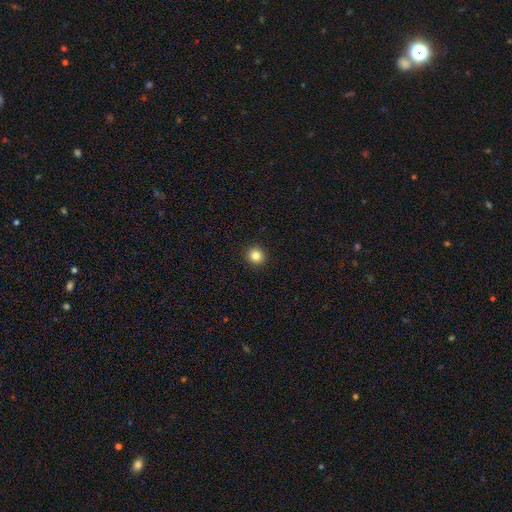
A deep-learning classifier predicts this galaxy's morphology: smooth 83%, star or artifact 11%, featured or disk 5%. Down the decision tree: how rounded — round (94%); merging — none (93%).